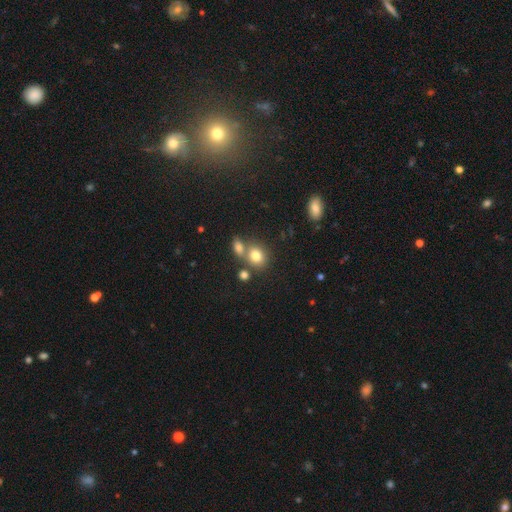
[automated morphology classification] Overall: smooth (78%). How rounded: round (63%; in between 36%). Merging: none (49%; merger 38%).